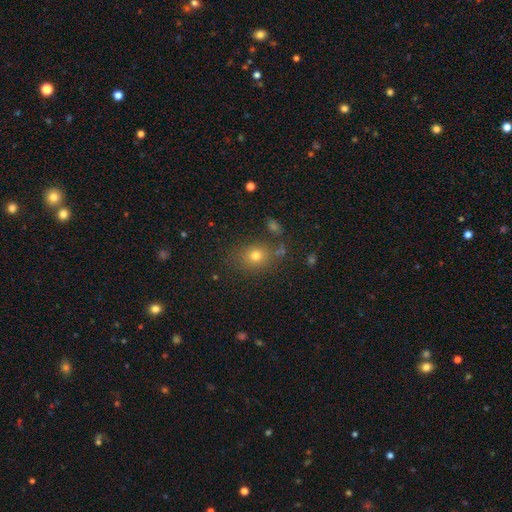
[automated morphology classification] Smooth or featured?
  - smooth: 73% *
  - star or artifact: 17%
  - featured or disk: 10%
How rounded?
  - round: 62% *
  - in between: 37%
  - cigar-shaped: 1%
Merging?
  - none: 78% *
  - minor disturbance: 12%
  - merger: 5%
  - major disturbance: 4%